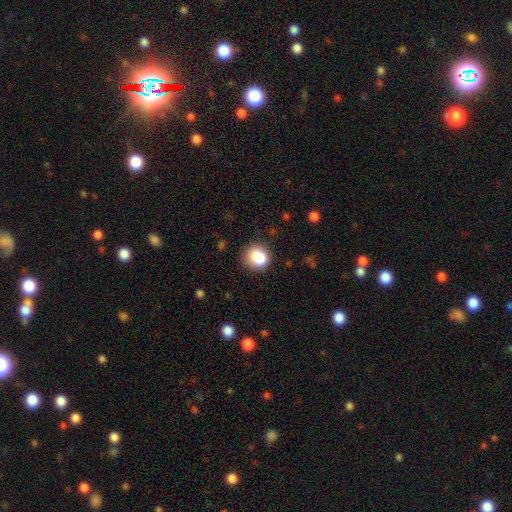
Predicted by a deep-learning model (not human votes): This is clearly a smooth galaxy (82%). How rounded: likely round (77%). Merging: likely none (77%).